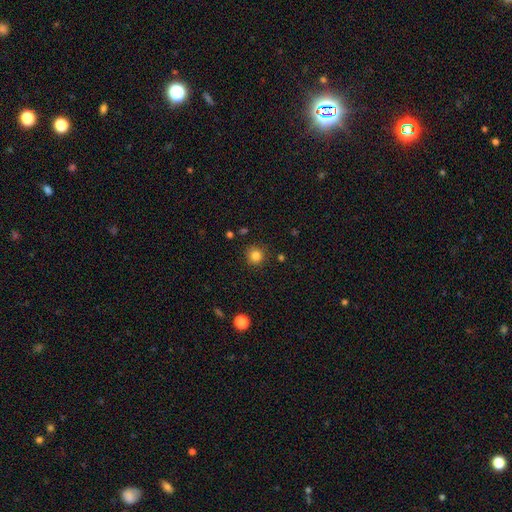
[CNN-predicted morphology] A smooth galaxy with no disk features (83%) that is round (93%). Merging: none (88%).